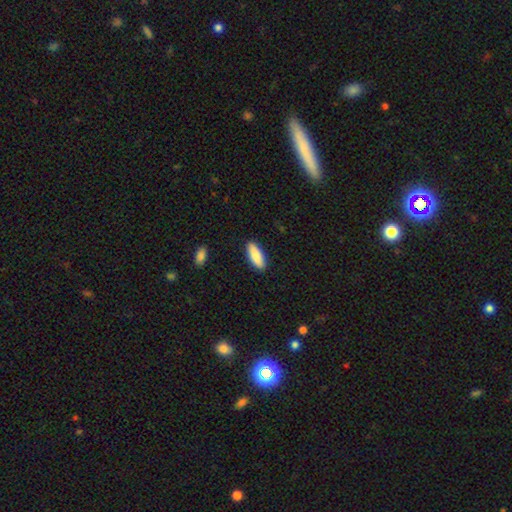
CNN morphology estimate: Q: Smooth or featured?
A: smooth (87%); runner-up: featured or disk (7%)
Q: How rounded?
A: in between (65%); runner-up: cigar-shaped (34%)
Q: Merging?
A: none (89%); runner-up: minor disturbance (8%)